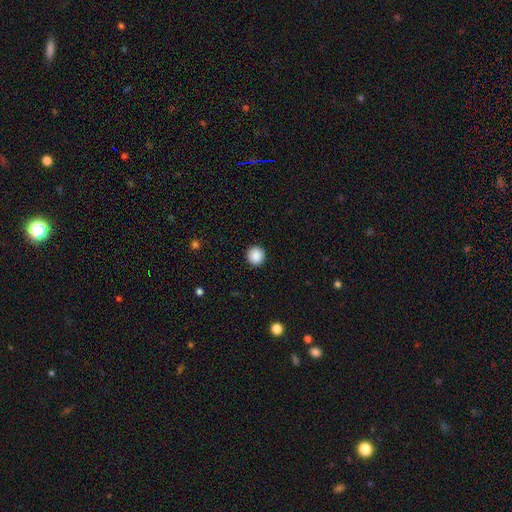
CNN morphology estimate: This appears to be a smooth galaxy with no disk features (89%) that is round (95%). Merging: none (93%).